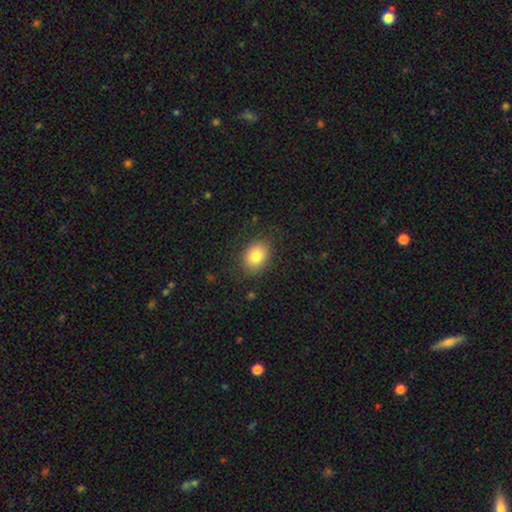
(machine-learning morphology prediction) This is clearly a smooth galaxy (82%). How rounded: likely in between (63%). Merging: clearly none (83%).